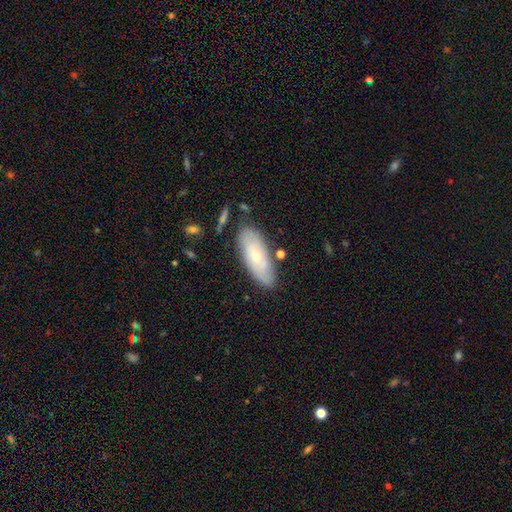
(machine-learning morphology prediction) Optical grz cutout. It shows a smooth galaxy with no disk features (53%) that is in between round and cigar-shaped (78%). Merging: none (77%).